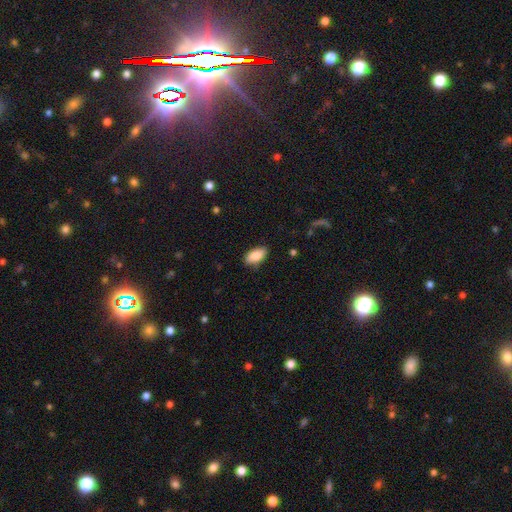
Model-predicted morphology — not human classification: type=smooth (85%); roundness=in between (92%); merging=none (82%).